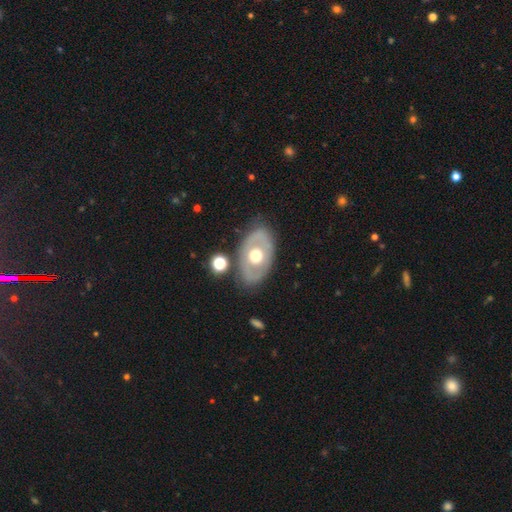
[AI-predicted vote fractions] Smooth or featured: featured or disk — 55% (smooth — 39%)
Edge-on disk: no — 89% (yes — 11%)
Merging: none — 77% (minor disturbance — 14%)